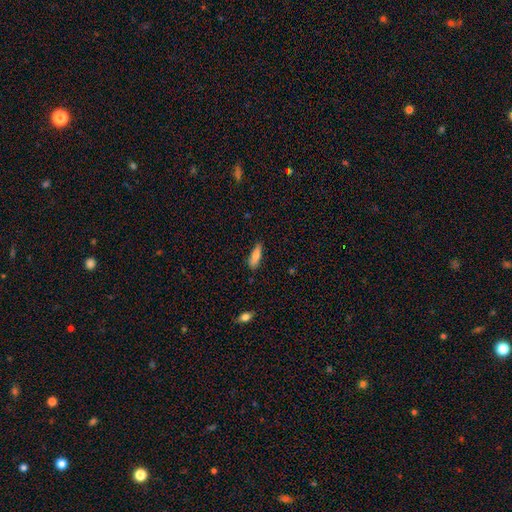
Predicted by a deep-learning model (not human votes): smooth 76%, featured or disk 17%, star or artifact 7%. Down the decision tree: how rounded — cigar-shaped (51%); merging — none (79%).